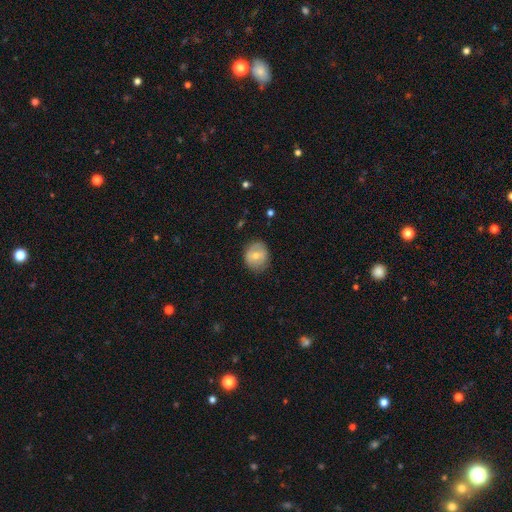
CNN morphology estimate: Smooth or featured? Predicted: smooth (p=0.63). How rounded? Predicted: round (p=0.73). Merging? Predicted: none (p=0.81).